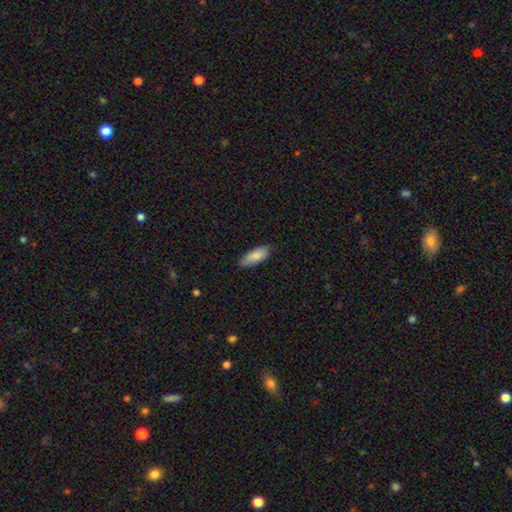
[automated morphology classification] This appears to be a smooth galaxy with no disk features (83%) that is in between round and cigar-shaped (76%). Merging: none (83%).